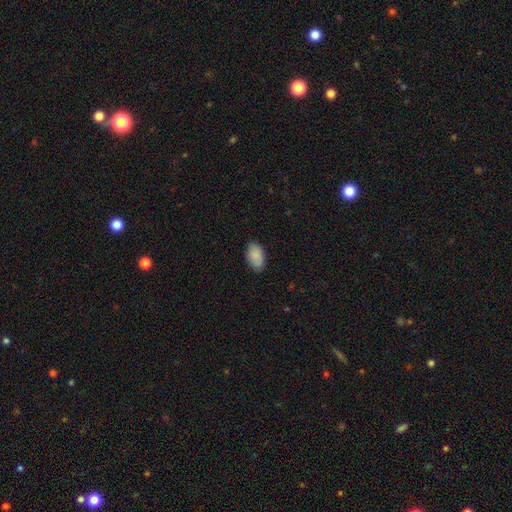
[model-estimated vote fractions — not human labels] Morphology: type=smooth (89%); roundness=in between (94%); merging=none (84%).